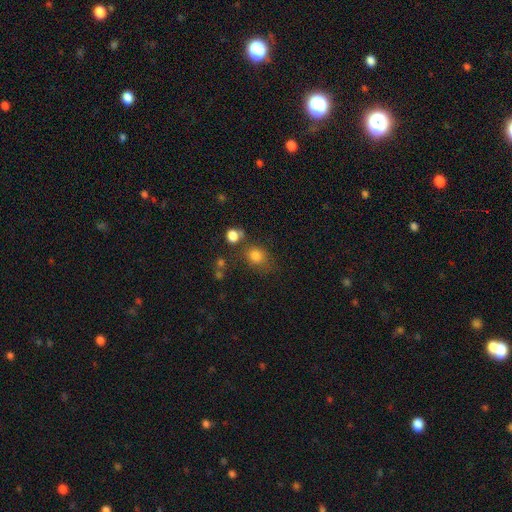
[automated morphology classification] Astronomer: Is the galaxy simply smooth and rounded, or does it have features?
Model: smooth — 78%.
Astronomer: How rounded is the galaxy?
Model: round — 59% (runner-up: in between, 40%).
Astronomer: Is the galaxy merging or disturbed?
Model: none — 63%.